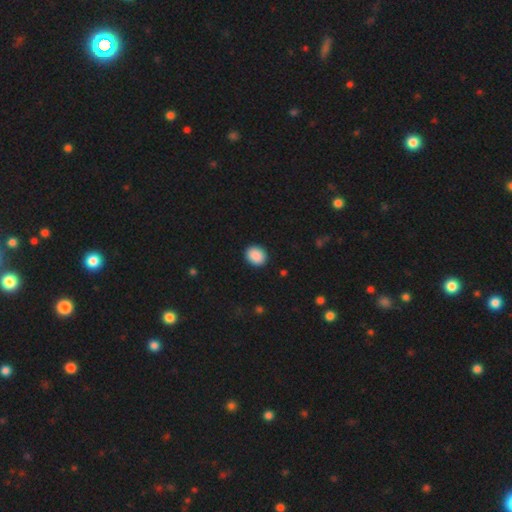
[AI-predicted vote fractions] smooth_or_featured: smooth (p=0.90) [alt: star or artifact p=0.08]
how_rounded: round (p=0.51) [alt: in between p=0.48]
merging: none (p=0.91) [alt: minor disturbance p=0.06]